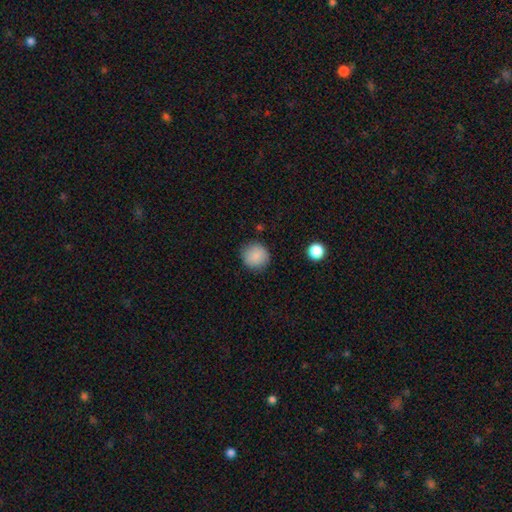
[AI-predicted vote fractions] A smooth galaxy with no disk features (87%) that is round (93%).

Vote fractions:
- Smooth or featured? smooth: 87% / star or artifact: 9% / featured or disk: 5%
- How rounded? round: 93% / in between: 6% / cigar-shaped: 1%
- Merging? none: 86% / minor disturbance: 10% / major disturbance: 3% / merger: 1%